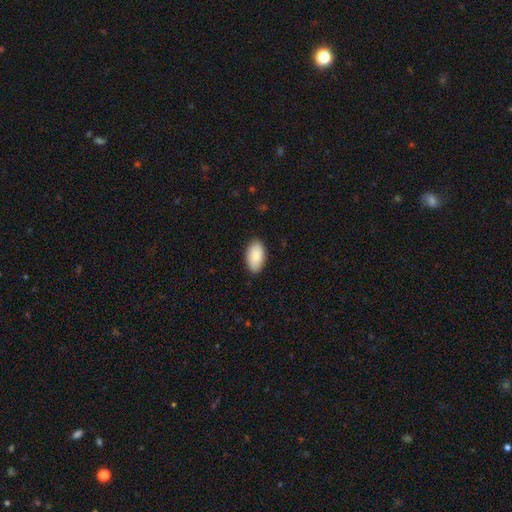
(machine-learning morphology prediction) This appears to be a smooth galaxy with no disk features (87%) that is in between round and cigar-shaped (95%). Merging: none (86%).